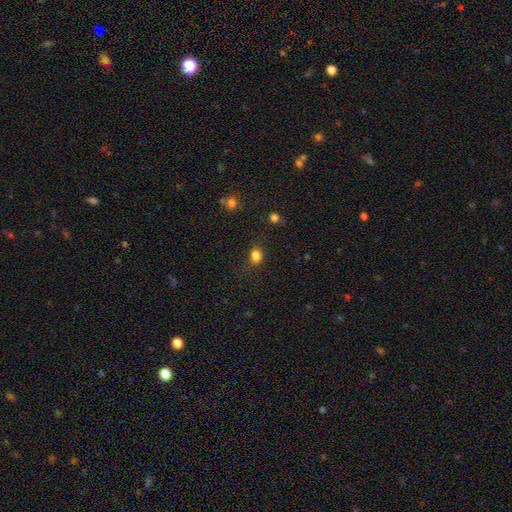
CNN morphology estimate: Smooth or featured? smooth (82%)
How rounded? in between (54%)
Merging? none (70%)